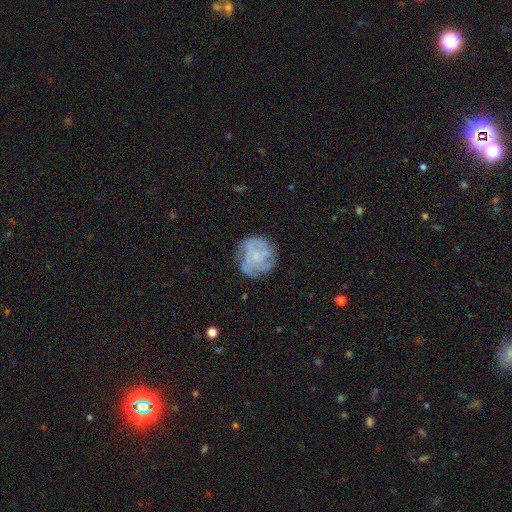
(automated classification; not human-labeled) Smooth or featured? Predicted: featured or disk (p=0.69). Edge-on disk? Predicted: no (p=0.98). Bar? Predicted: no (p=0.75). Spiral arms? Predicted: yes (p=0.85). Spiral winding? Predicted: tight (p=0.56). Spiral arm count? Predicted: can't tell (p=0.35). Bulge size? Predicted: small (p=0.46). Merging? Predicted: none (p=0.71).